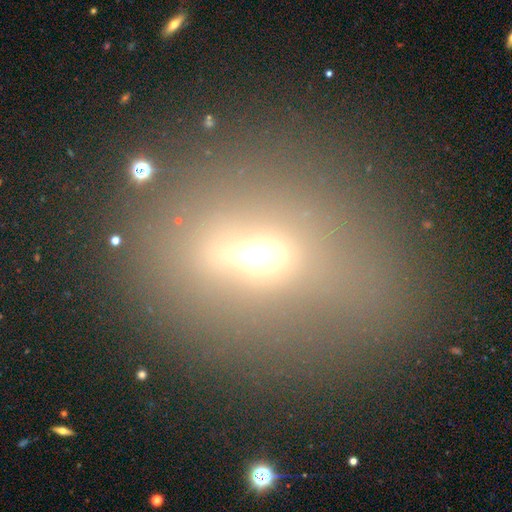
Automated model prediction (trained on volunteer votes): smooth 50%, star or artifact 25%, featured or disk 25%. Down the decision tree: merging — none (69%).